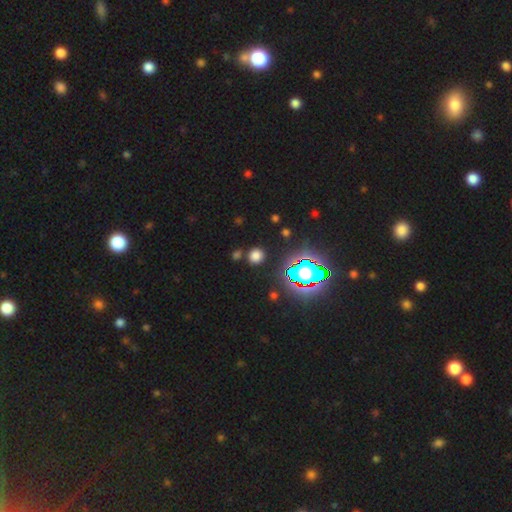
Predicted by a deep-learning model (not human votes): Overall: smooth (67%). How rounded: round (88%). Merging: none (85%).